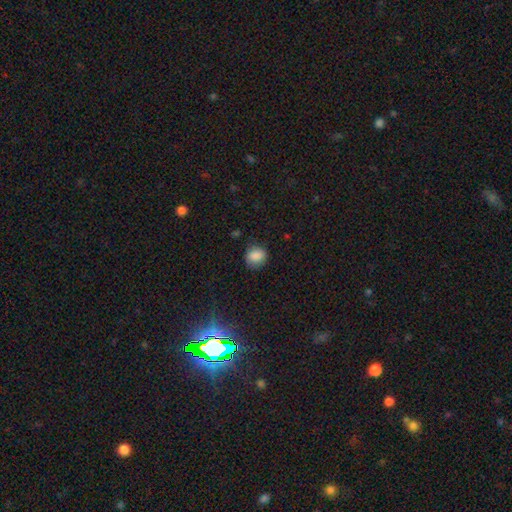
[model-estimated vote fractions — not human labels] smooth 85%, star or artifact 10%, featured or disk 5%. Down the decision tree: how rounded — round (73%); merging — none (78%).